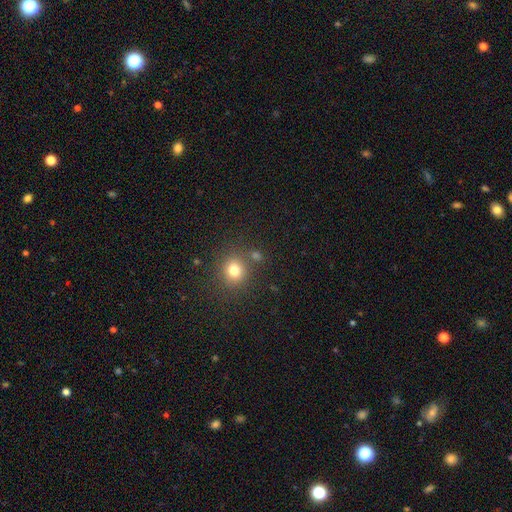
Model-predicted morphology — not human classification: This appears to be a smooth galaxy with no disk features (74%) that is round (78%). Merging: none (76%).